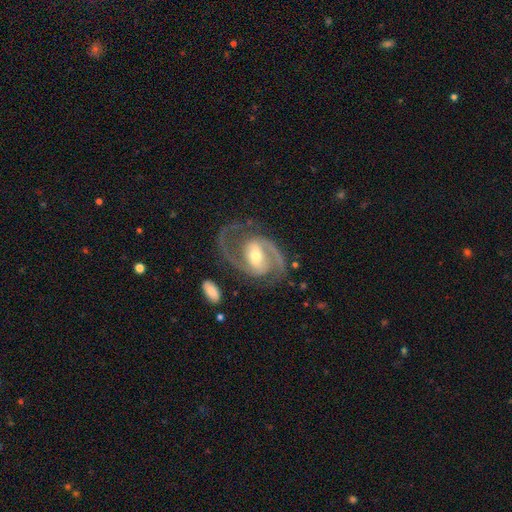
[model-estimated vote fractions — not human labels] smooth_or_featured: featured or disk (p=0.92) [alt: star or artifact p=0.04]
disk_edge_on: no (p=0.98) [alt: yes p=0.02]
bar: weak (p=0.41) [tied with: strong p=0.41]
has_spiral_arms: yes (p=0.98) [alt: no p=0.02]
spiral_winding: medium (p=0.63) [alt: tight p=0.22]
spiral_arm_count: 2 (p=0.93) [alt: can't tell p=0.02]
bulge_size: moderate (p=0.60) [alt: small p=0.32]
merging: none (p=0.77) [alt: minor disturbance p=0.13]